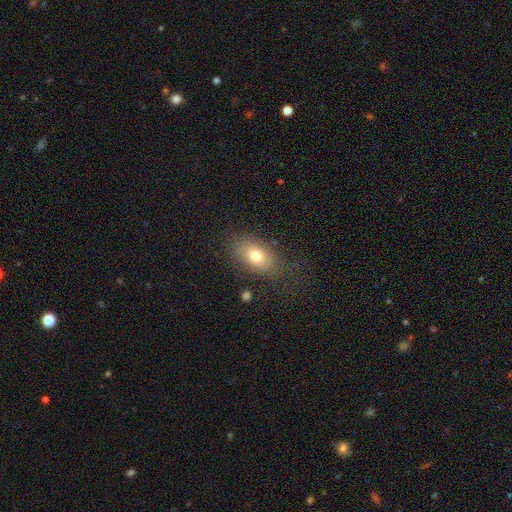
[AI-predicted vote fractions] smooth_or_featured: smooth (p=0.75) [alt: featured or disk p=0.15]
how_rounded: in between (p=0.84) [alt: round p=0.13]
merging: none (p=0.75) [alt: minor disturbance p=0.15]